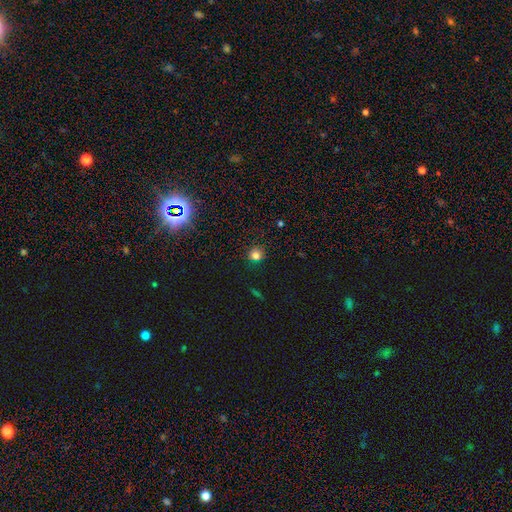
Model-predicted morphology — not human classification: Smooth or featured? smooth (76%)
How rounded? round (87%)
Merging? none (85%)